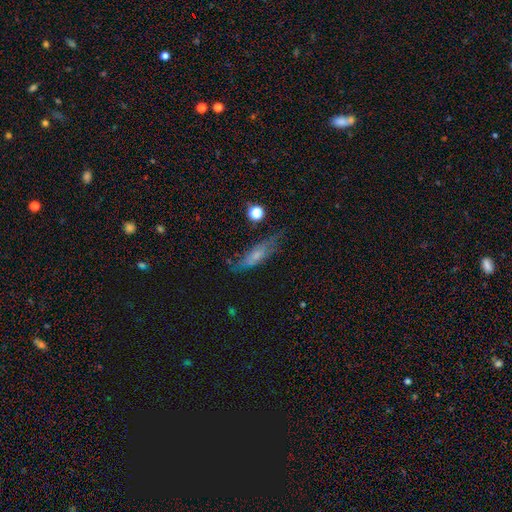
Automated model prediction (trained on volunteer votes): Overall: smooth (46%; featured or disk 42%). Merging: none (64%).